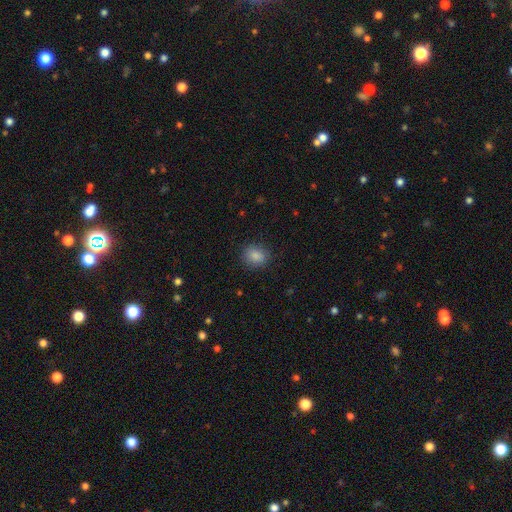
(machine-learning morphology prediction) smooth 86%, star or artifact 9%, featured or disk 4%. Down the decision tree: how rounded — round (61%); merging — none (85%).